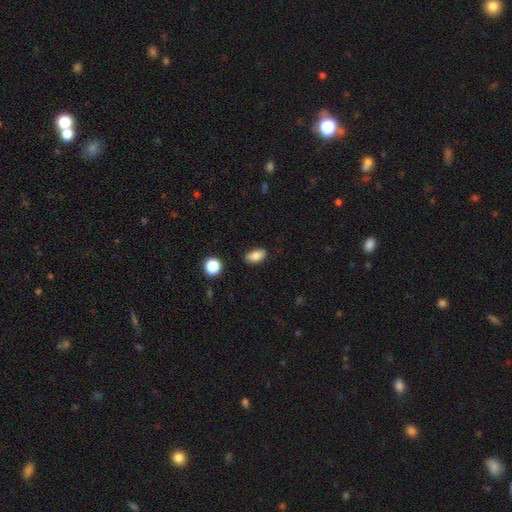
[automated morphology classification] Overall: smooth (82%). How rounded: in between (90%). Merging: none (82%).